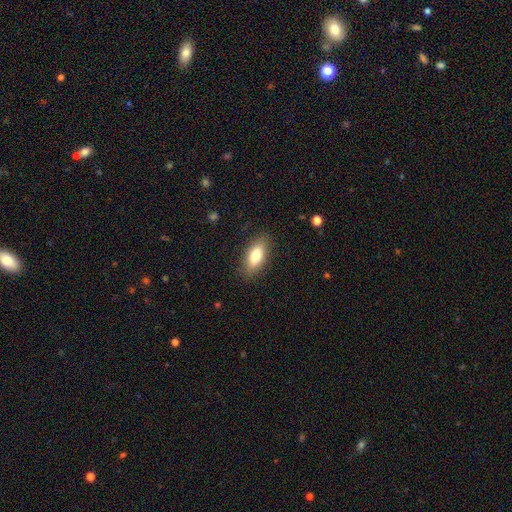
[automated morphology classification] The model was most divided on "smooth or featured": smooth: 79%, featured or disk: 14%, star or artifact: 7%. More confident: merging — none (86%); how rounded — in between (83%).